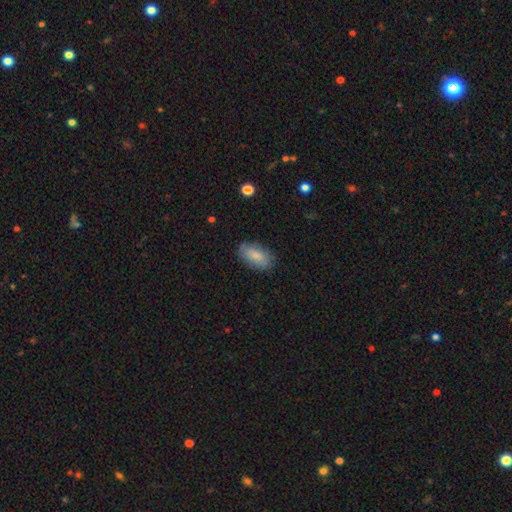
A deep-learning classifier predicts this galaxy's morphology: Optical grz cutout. It shows a smooth galaxy with no disk features (80%) that is in between round and cigar-shaped (93%). Merging: none (77%).